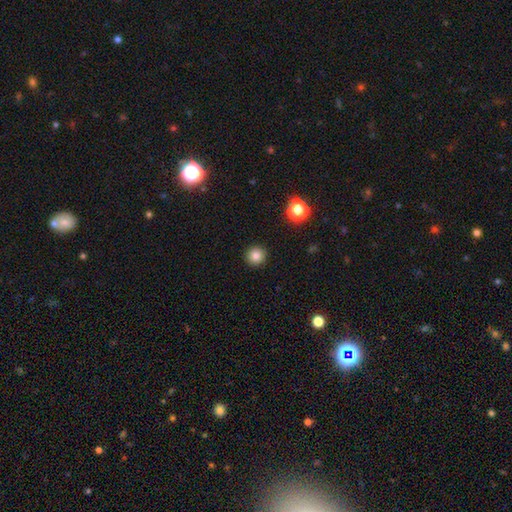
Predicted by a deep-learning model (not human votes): smooth-or-featured: smooth: 83% | star or artifact: 12% | featured or disk: 5%
  how-rounded: round: 95% | in between: 4% | cigar-shaped: 1%
  merging: none: 93% | minor disturbance: 5% | major disturbance: 2% | merger: 1%